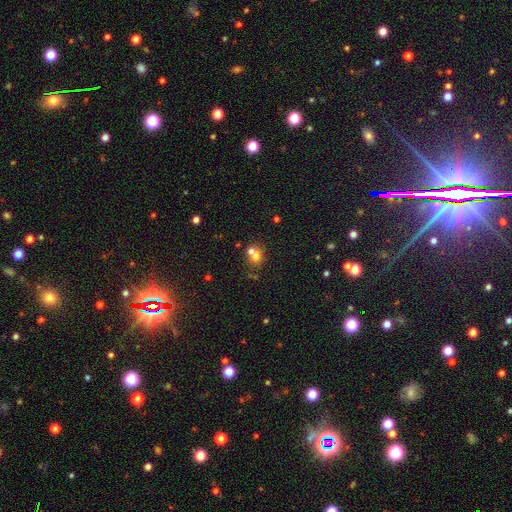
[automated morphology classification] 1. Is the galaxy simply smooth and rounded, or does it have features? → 65% smooth, 18% star or artifact, 17% featured or disk.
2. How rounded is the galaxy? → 74% round, 25% in between, 1% cigar-shaped.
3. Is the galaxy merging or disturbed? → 48% merger, 41% none, 7% minor disturbance, 4% major disturbance.